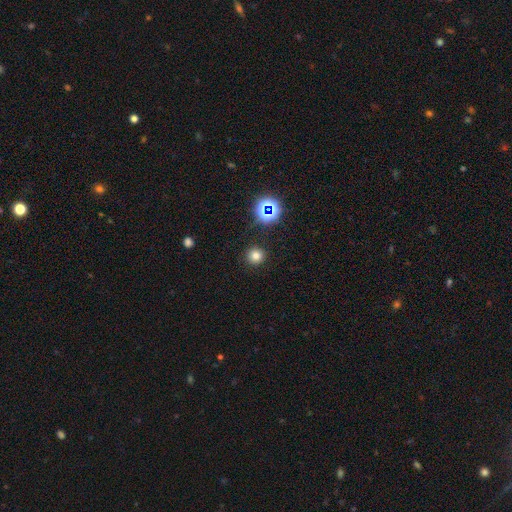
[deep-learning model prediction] smooth 74%, star or artifact 20%, featured or disk 6%. Down the decision tree: how rounded — round (93%); merging — none (90%).